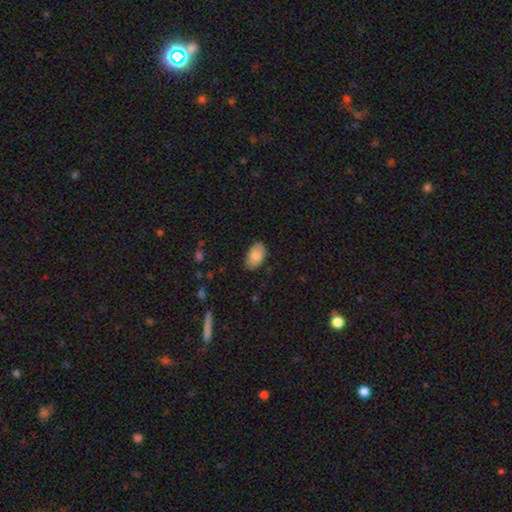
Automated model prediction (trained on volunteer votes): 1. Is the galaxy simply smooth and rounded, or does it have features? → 84% smooth, 9% featured or disk, 6% star or artifact.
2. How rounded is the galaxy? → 93% in between, 6% round, 1% cigar-shaped.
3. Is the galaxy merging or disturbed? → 83% none, 13% minor disturbance, 2% major disturbance, 1% merger.